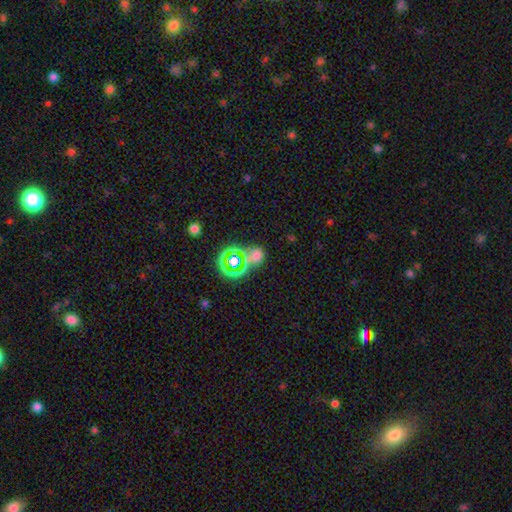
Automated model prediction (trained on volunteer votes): The model was most divided on "merging": none: 38%, merger: 35%, major disturbance: 14%, minor disturbance: 12%. Remaining: smooth or featured — smooth (46%).